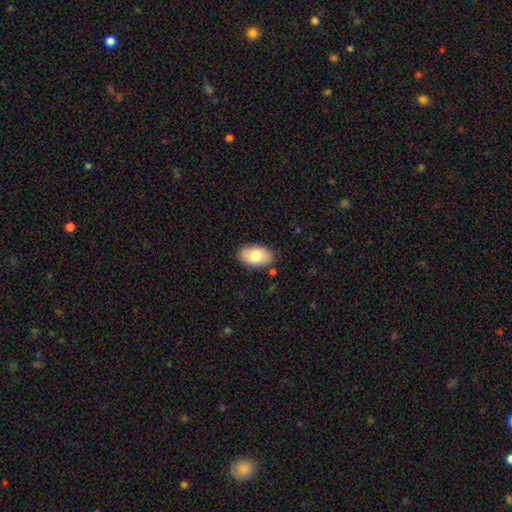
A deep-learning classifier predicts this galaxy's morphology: This is likely a smooth galaxy (78%). How rounded: clearly in between (93%). Merging: clearly none (85%).